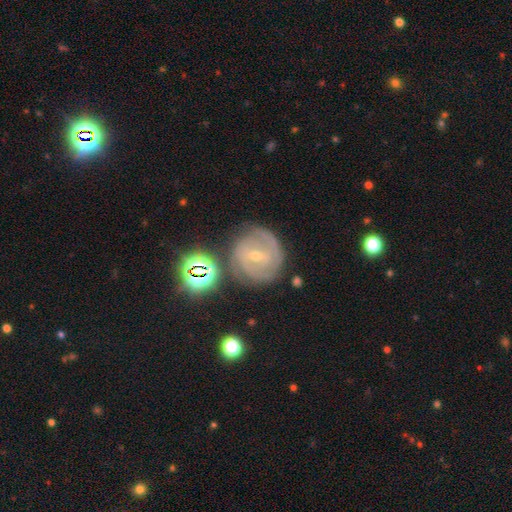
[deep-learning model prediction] Overall: featured or disk (78%). Edge-on disk: no (97%). Bar: weak (51%; no 25%). Spiral arms: yes (92%). Spiral arm count: 2 (40%; can't tell 26%). Spiral winding: tight (64%; medium 30%). Bulge size: small (62%; moderate 35%). Merging: none (75%).